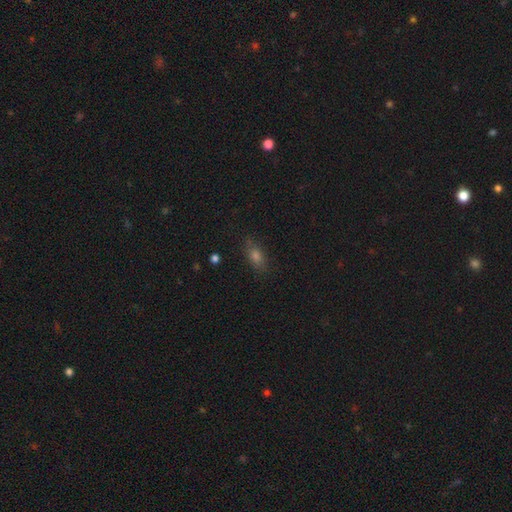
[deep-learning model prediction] smooth 67%, star or artifact 19%, featured or disk 14%. Down the decision tree: how rounded — in between (74%); merging — none (82%).